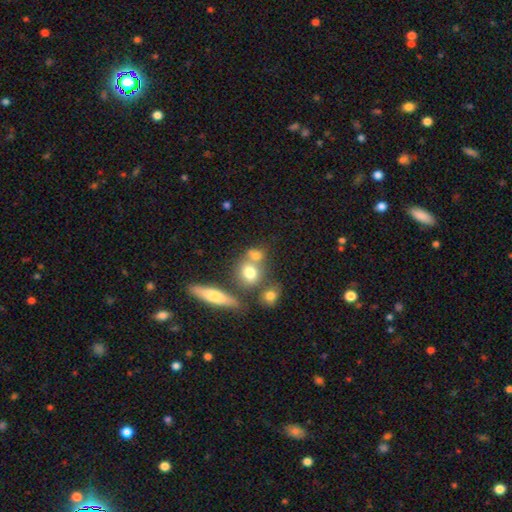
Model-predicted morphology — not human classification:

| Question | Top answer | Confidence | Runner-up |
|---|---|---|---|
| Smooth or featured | smooth | 71% | featured or disk (16%) |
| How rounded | round | 62% | in between (32%) |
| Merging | none | 47% | merger (37%) |